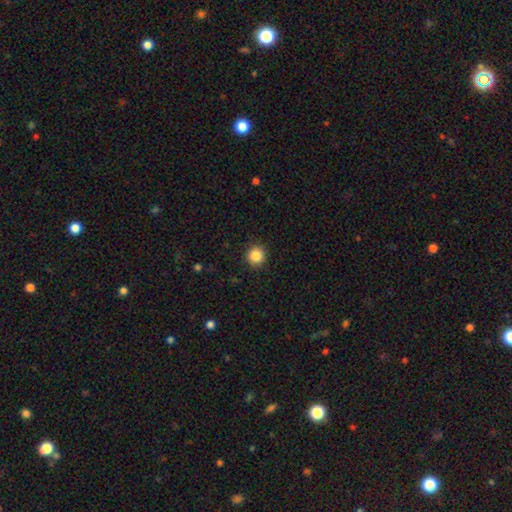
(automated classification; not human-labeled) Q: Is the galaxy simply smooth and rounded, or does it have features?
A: smooth — 86%.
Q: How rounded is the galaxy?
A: round — 92%.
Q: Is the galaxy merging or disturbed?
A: none — 91%.